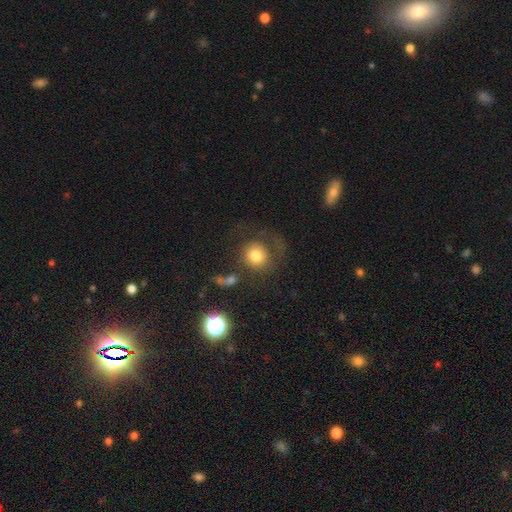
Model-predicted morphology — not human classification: This appears to be a smooth galaxy with no disk features (70%) that is round (87%). Merging: none (47%).